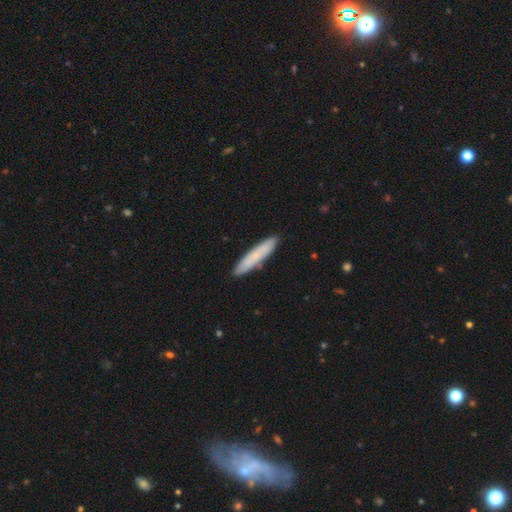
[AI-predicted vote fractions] Smooth or featured?
  - smooth: 74% *
  - featured or disk: 19%
  - star or artifact: 6%
How rounded?
  - cigar-shaped: 88% *
  - in between: 11%
  - round: 1%
Merging?
  - none: 88% *
  - minor disturbance: 9%
  - major disturbance: 2%
  - merger: 2%